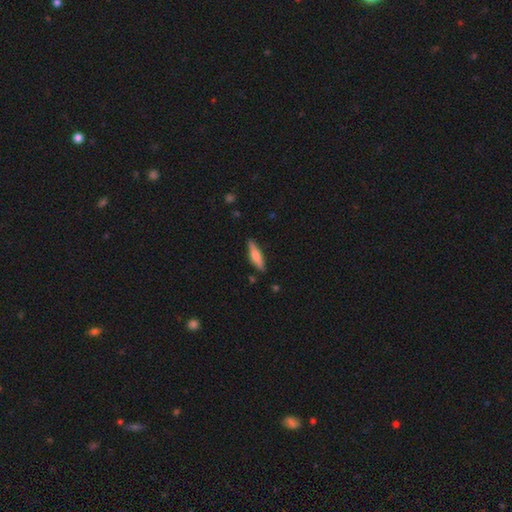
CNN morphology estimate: Smooth or featured? Predicted: smooth (p=0.56). How rounded? Predicted: cigar-shaped (p=0.73). Merging? Predicted: none (p=0.85).